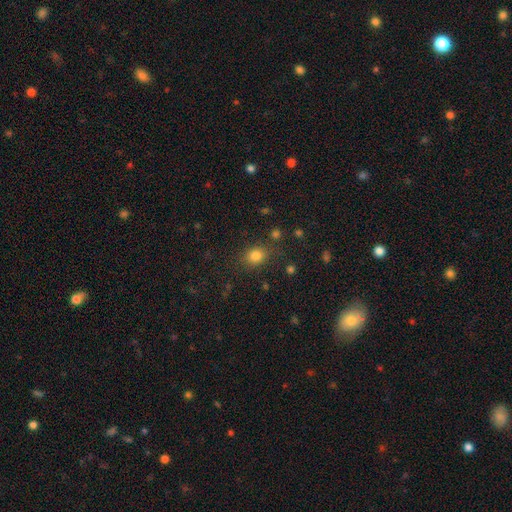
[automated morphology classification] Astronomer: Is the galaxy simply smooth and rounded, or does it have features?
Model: smooth — 81%.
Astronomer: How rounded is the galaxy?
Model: round — 55% (runner-up: in between, 44%).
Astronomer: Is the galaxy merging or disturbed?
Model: none — 78%.